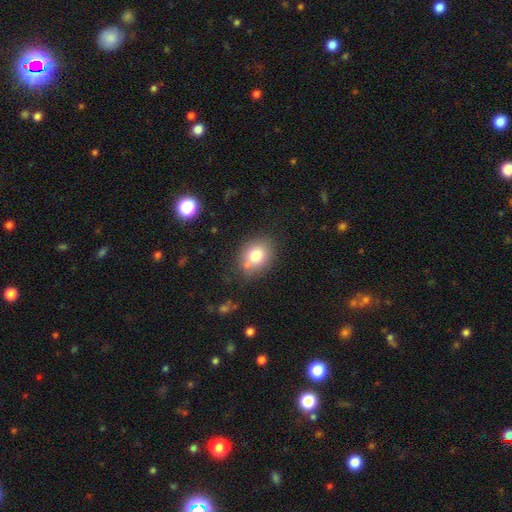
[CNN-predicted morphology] This is likely a smooth galaxy (78%). How rounded: possibly in between (53%). Merging: likely none (71%).